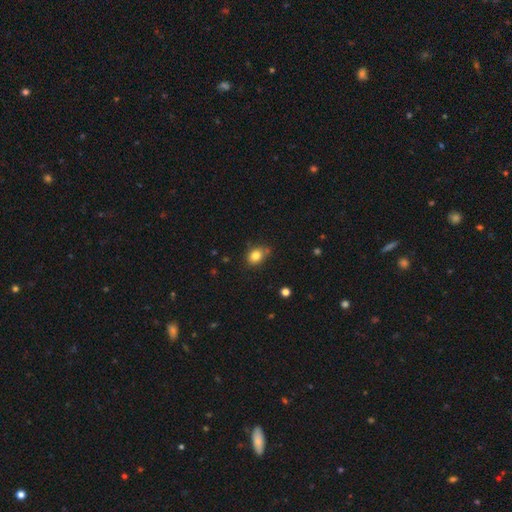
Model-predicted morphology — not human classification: Smooth or featured? Predicted: smooth (p=0.82). How rounded? Predicted: in between (p=0.52). Merging? Predicted: none (p=0.70).